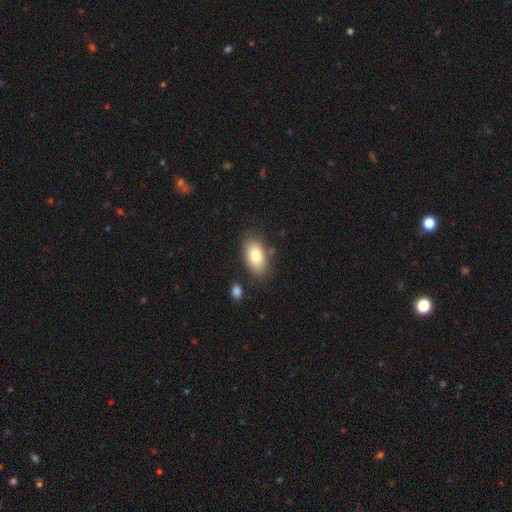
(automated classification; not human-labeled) The model was most divided on "smooth or featured": smooth: 78%, featured or disk: 14%, star or artifact: 7%. More confident: how rounded — in between (92%); merging — none (78%).